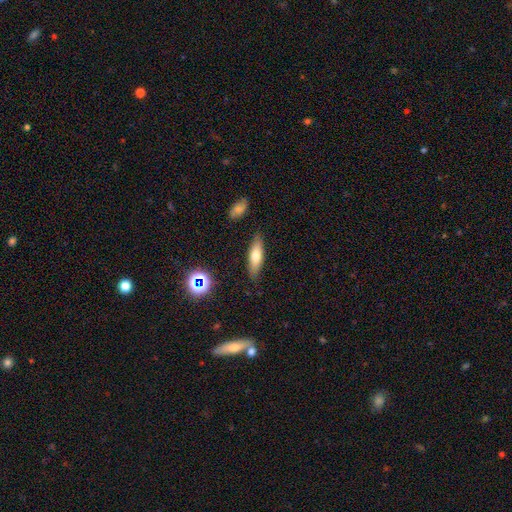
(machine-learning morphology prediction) Smooth or featured?
  - smooth: 66% *
  - featured or disk: 26%
  - star or artifact: 9%
How rounded?
  - cigar-shaped: 55% *
  - in between: 43%
  - round: 2%
Merging?
  - none: 85% *
  - minor disturbance: 11%
  - major disturbance: 2%
  - merger: 2%